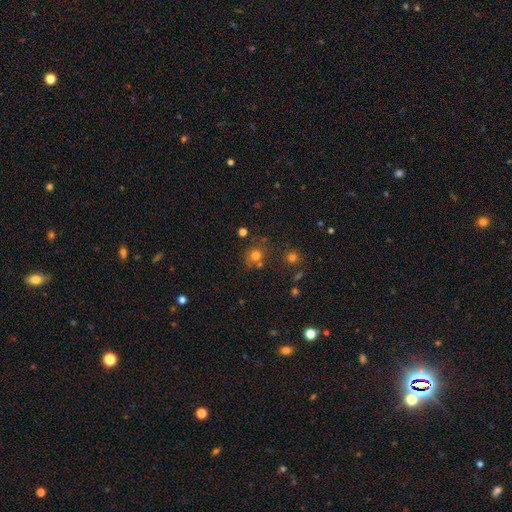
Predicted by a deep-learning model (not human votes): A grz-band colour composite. It shows a smooth galaxy with no disk features (72%) that is round (83%). Merging: none (67%).